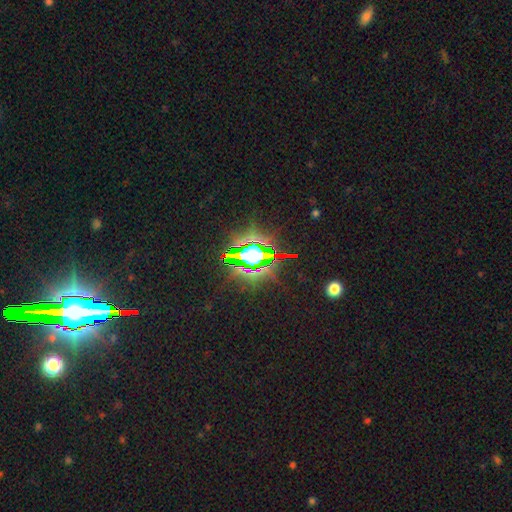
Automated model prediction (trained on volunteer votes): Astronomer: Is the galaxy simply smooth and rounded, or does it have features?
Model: star or artifact — 79%.